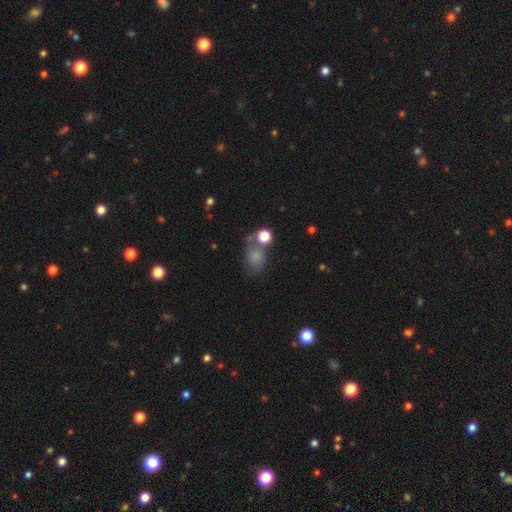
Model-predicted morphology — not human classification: smooth-or-featured: smooth: 67% | featured or disk: 17% | star or artifact: 16%
  how-rounded: in between: 55% | round: 43% | cigar-shaped: 2%
  merging: none: 46% | minor disturbance: 22% | merger: 19% | major disturbance: 13%